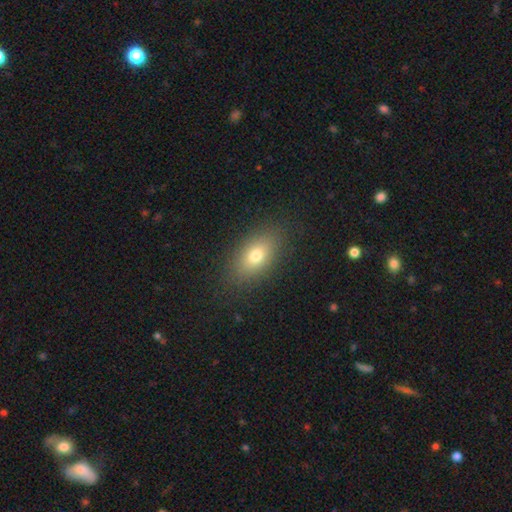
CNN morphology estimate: Smooth or featured?
  - smooth: 74% *
  - featured or disk: 15%
  - star or artifact: 11%
How rounded?
  - in between: 84% *
  - round: 10%
  - cigar-shaped: 5%
Merging?
  - none: 86% *
  - minor disturbance: 10%
  - major disturbance: 4%
  - merger: 1%